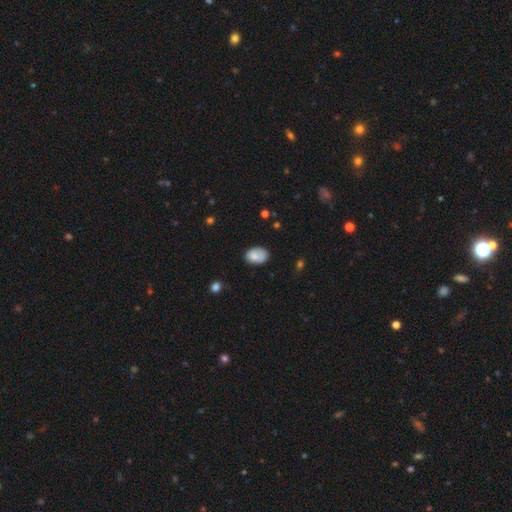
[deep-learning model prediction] Overall: smooth (78%). How rounded: in between (80%). Merging: none (60%; minor disturbance 28%).